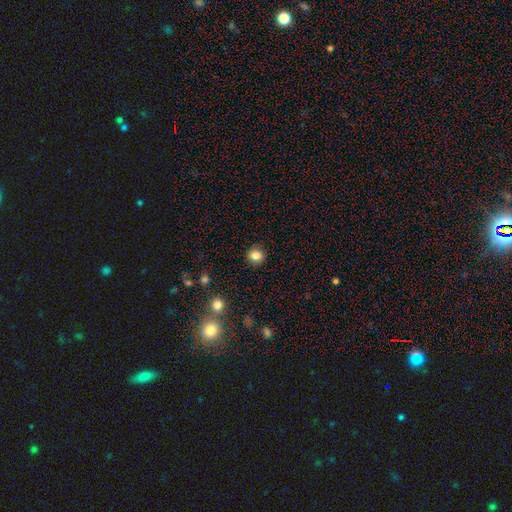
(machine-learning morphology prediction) smooth 83%, star or artifact 11%, featured or disk 6%. Down the decision tree: how rounded — round (84%); merging — none (89%).